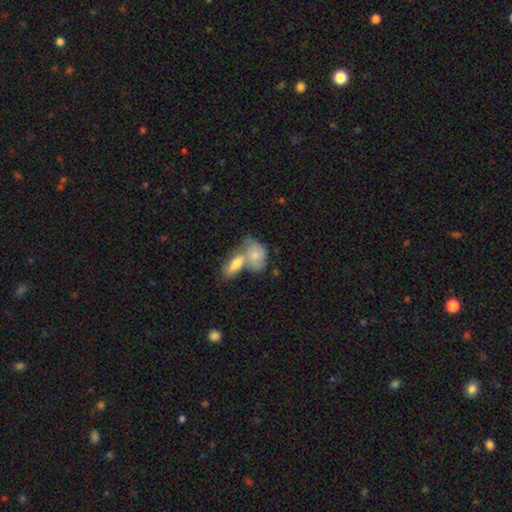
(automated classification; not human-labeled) A smooth galaxy with no disk features (68%) that is in between round and cigar-shaped (82%). Merging: merger (65%).